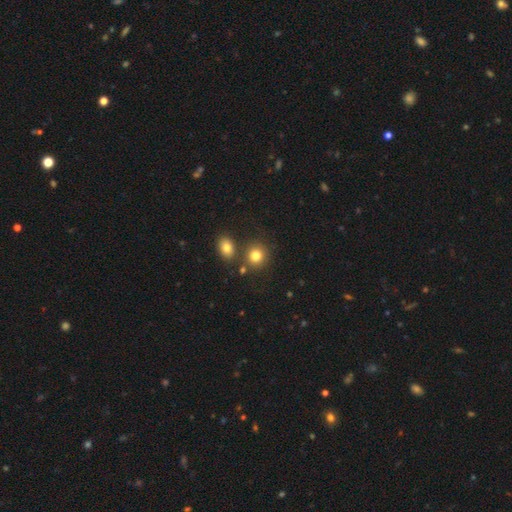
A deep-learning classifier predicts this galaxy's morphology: A smooth galaxy with no disk features (81%) that is round (79%).

Vote fractions:
- Smooth or featured? smooth: 81% / star or artifact: 12% / featured or disk: 7%
- How rounded? round: 79% / in between: 20% / cigar-shaped: 1%
- Merging? none: 73% / merger: 14% / minor disturbance: 9% / major disturbance: 3%